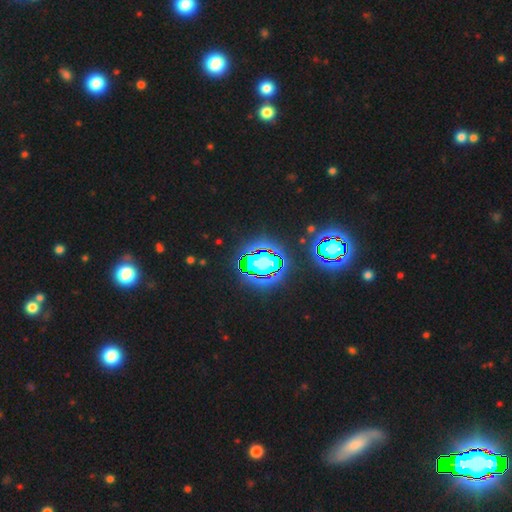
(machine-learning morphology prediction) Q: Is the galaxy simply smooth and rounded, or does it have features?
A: star or artifact — 65%.